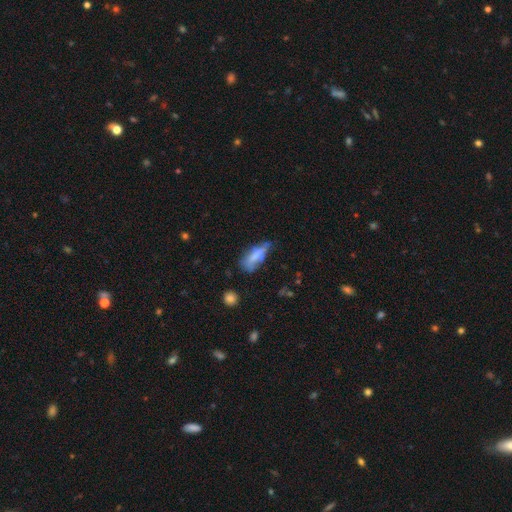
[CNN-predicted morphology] Smooth or featured? Predicted: smooth (p=0.65). How rounded? Predicted: in between (p=0.61). Merging? Predicted: minor disturbance (p=0.37).